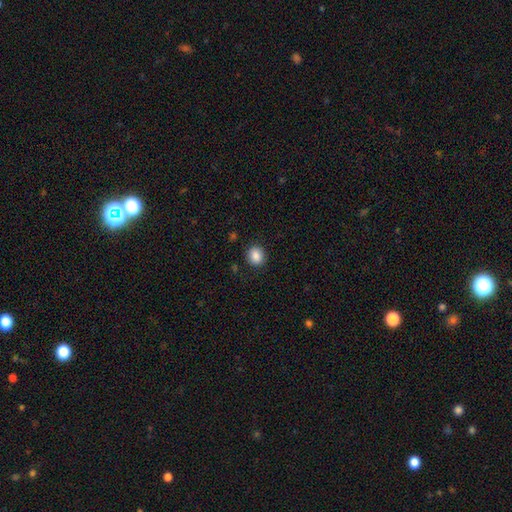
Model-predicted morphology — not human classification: Q: Smooth or featured?
A: smooth (87%); runner-up: star or artifact (9%)
Q: How rounded?
A: round (73%); runner-up: in between (26%)
Q: Merging?
A: none (88%); runner-up: minor disturbance (8%)